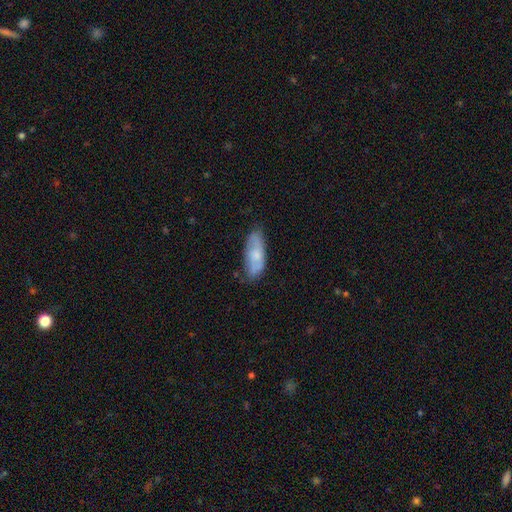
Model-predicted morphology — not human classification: type=smooth (63%); roundness=in between (73%); merging=none (68%).